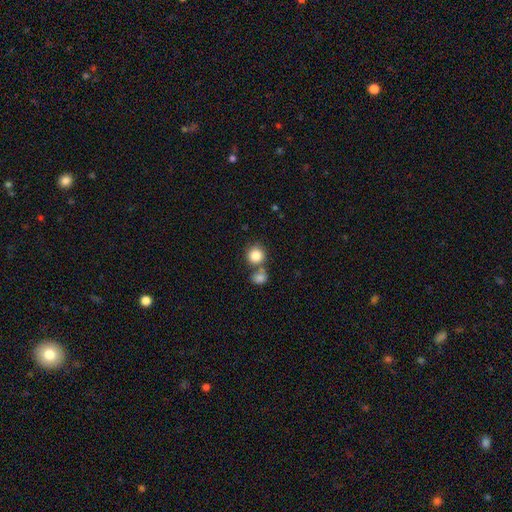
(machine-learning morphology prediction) The model was most divided on "merging": none: 56%, merger: 33%, minor disturbance: 8%, major disturbance: 3%. More confident: how rounded — round (89%); smooth or featured — smooth (84%).